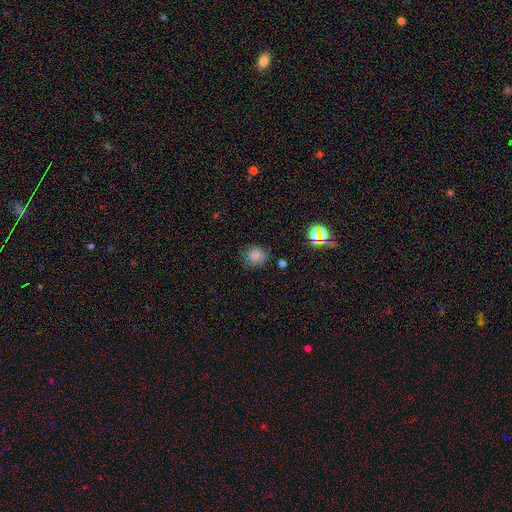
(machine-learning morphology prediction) Smooth or featured? smooth (76%)
How rounded? round (79%)
Merging? none (67%)